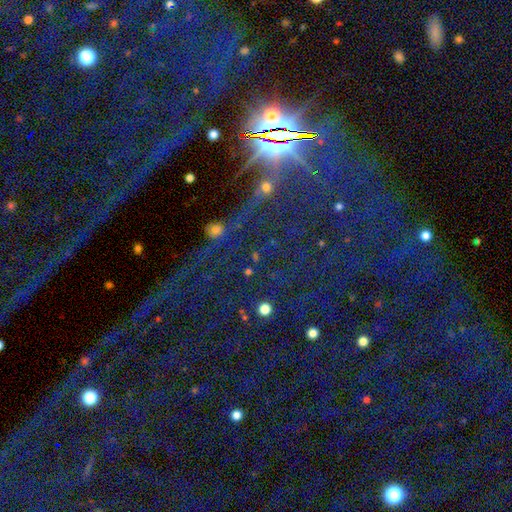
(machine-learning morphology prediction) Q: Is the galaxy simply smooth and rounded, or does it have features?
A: star or artifact — 84%.